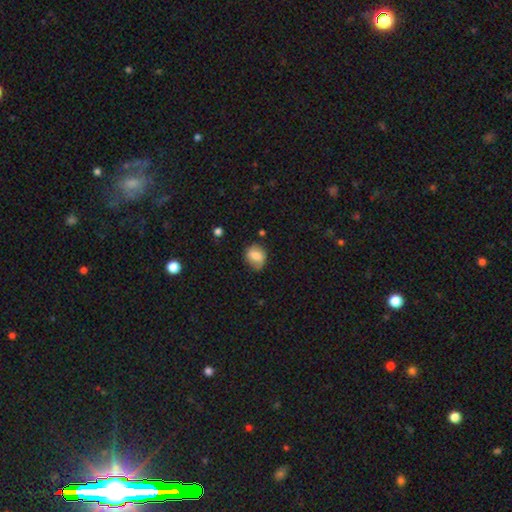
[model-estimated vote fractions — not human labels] This appears to be a smooth galaxy with no disk features (74%) that is round (52%). Merging: none (67%).